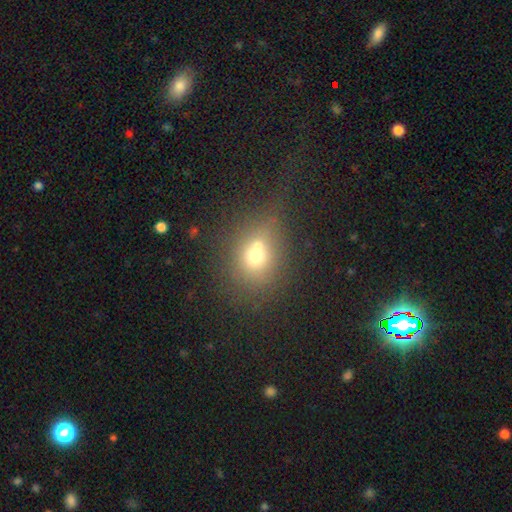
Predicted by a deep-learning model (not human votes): Morphology: type=smooth (64%); roundness=round (64%); merging=merger (48%).